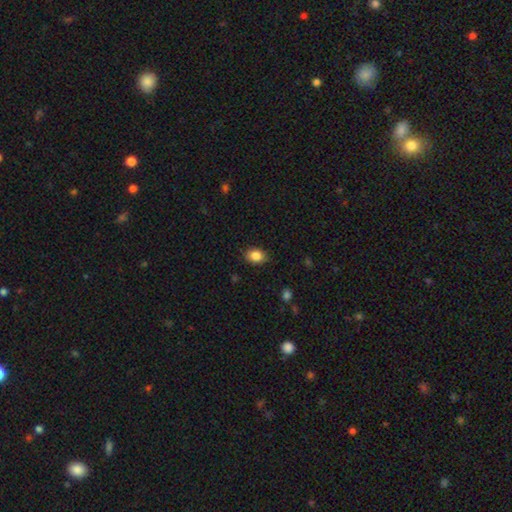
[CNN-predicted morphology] smooth 86%, star or artifact 9%, featured or disk 5%. Down the decision tree: how rounded — in between (69%); merging — none (86%).